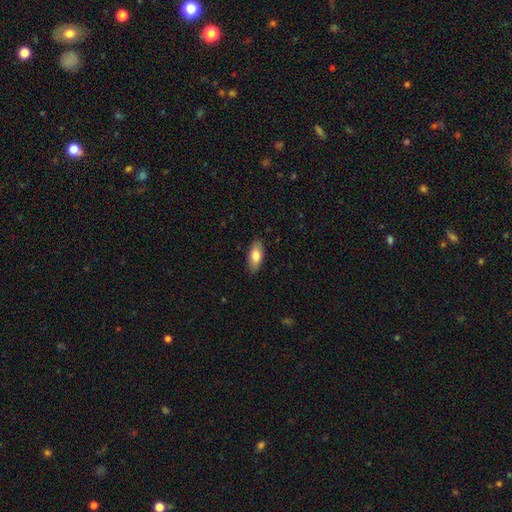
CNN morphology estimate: smooth-or-featured: smooth: 80% | featured or disk: 14% | star or artifact: 6%
  how-rounded: in between: 87% | cigar-shaped: 11% | round: 2%
  merging: none: 86% | minor disturbance: 11% | major disturbance: 2% | merger: 1%